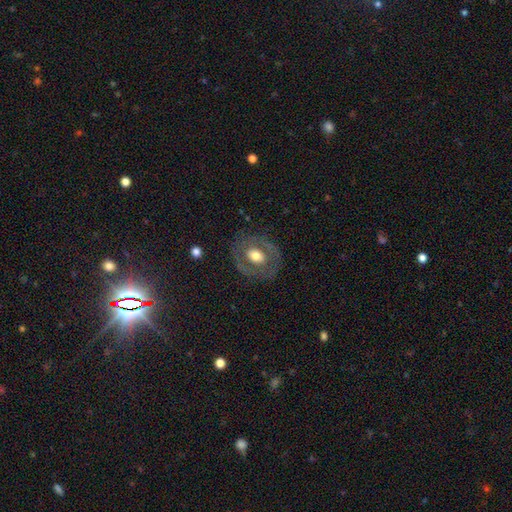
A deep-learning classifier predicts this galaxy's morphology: This appears to be a featured or disk galaxy (48%). Merging: none (77%).